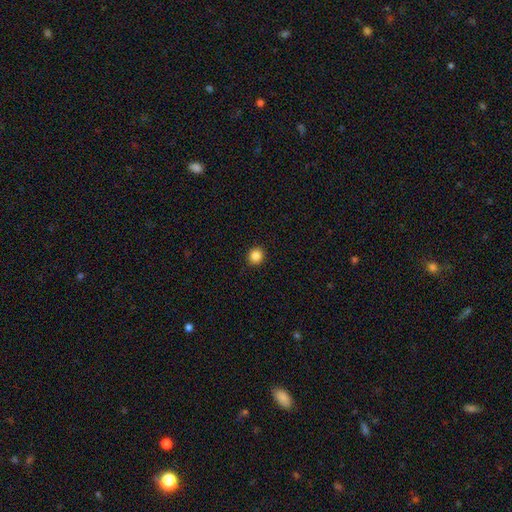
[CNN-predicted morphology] Q: Smooth or featured?
A: smooth (86%); runner-up: star or artifact (11%)
Q: How rounded?
A: round (90%); runner-up: in between (9%)
Q: Merging?
A: none (92%); runner-up: minor disturbance (5%)